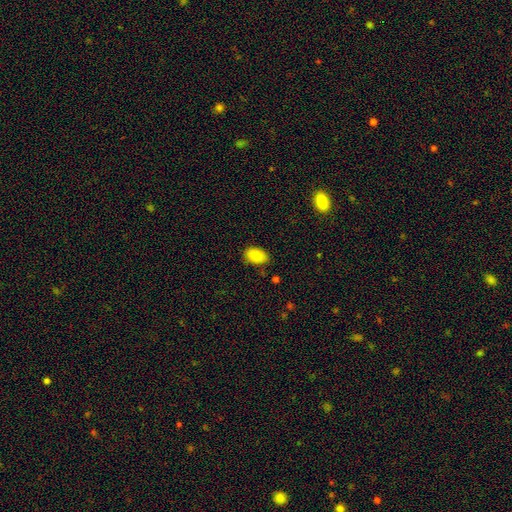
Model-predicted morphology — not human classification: type=smooth (88%); roundness=in between (88%); merging=none (82%).